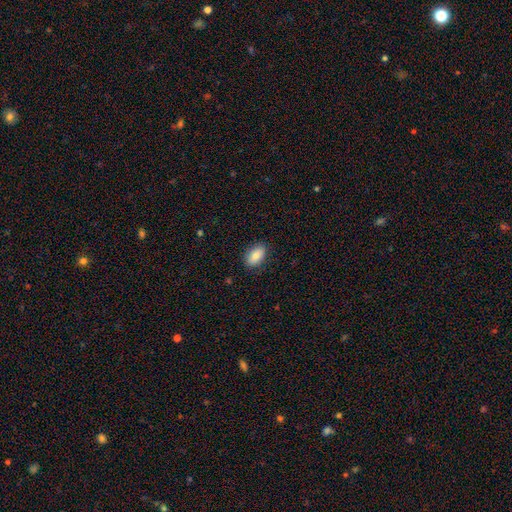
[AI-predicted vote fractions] A smooth galaxy with no disk features (83%) that is in between round and cigar-shaped (90%).

Vote fractions:
- Smooth or featured? smooth: 83% / featured or disk: 10% / star or artifact: 7%
- How rounded? in between: 90% / round: 7% / cigar-shaped: 2%
- Merging? none: 87% / minor disturbance: 10% / major disturbance: 2% / merger: 1%